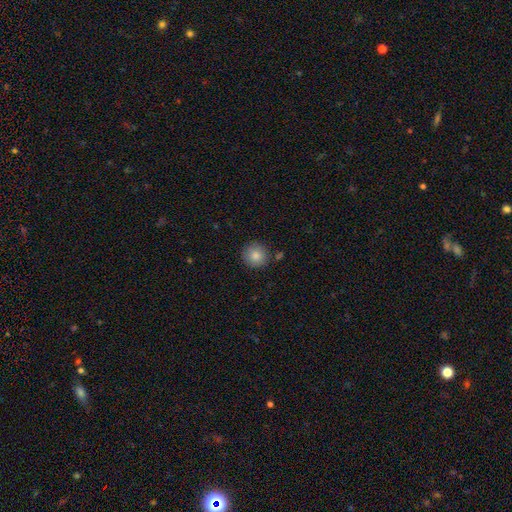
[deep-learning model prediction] This appears to be a smooth galaxy with no disk features (85%) that is round (94%). Merging: none (86%).